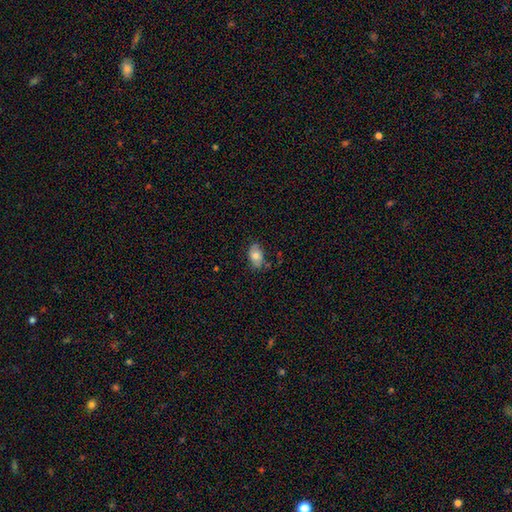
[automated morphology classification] Smooth or featured: smooth — 77% (featured or disk — 15%)
How rounded: in between — 89% (round — 9%)
Merging: none — 71% (minor disturbance — 21%)